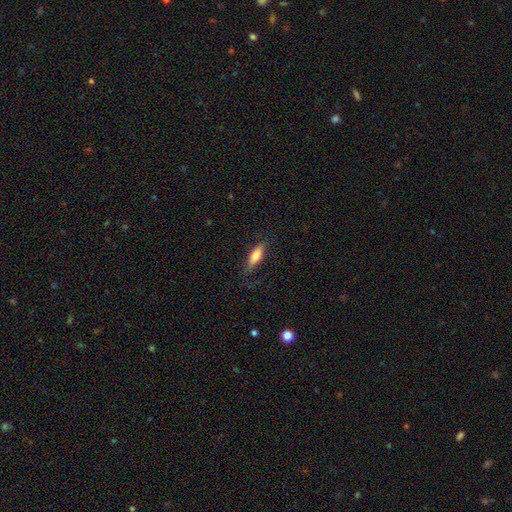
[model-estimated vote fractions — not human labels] This is likely a smooth galaxy (76%). How rounded: possibly in between (56%). Merging: likely none (74%).